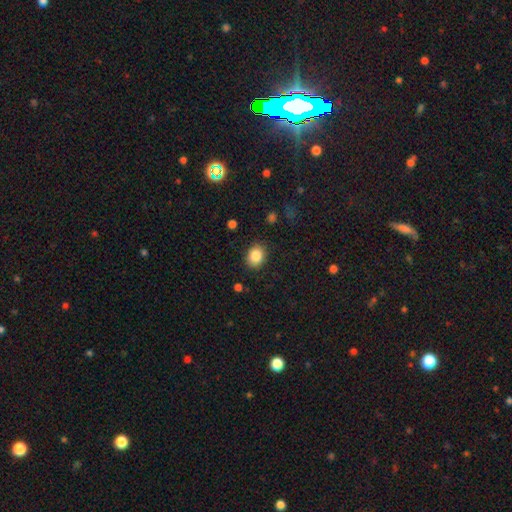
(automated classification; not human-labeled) A smooth galaxy with no disk features (87%) that is in between round and cigar-shaped (53%). Merging: none (85%).